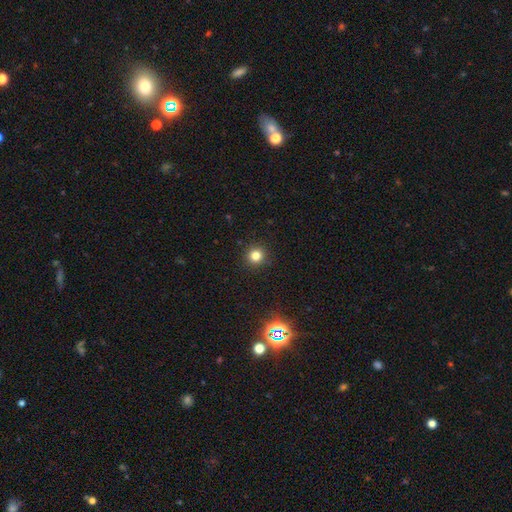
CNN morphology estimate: Smooth or featured: smooth — 79% (star or artifact — 15%)
How rounded: round — 94% (in between — 5%)
Merging: none — 92% (minor disturbance — 5%)